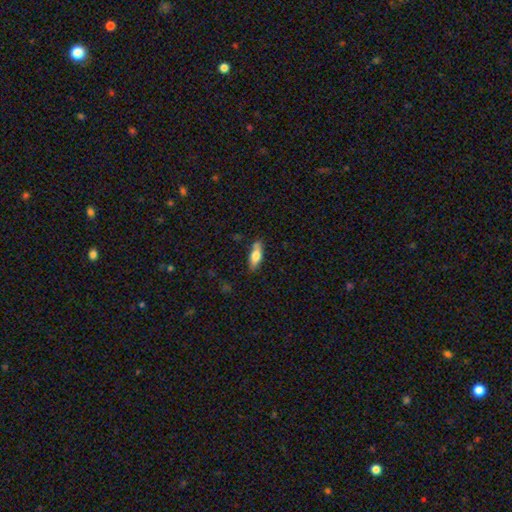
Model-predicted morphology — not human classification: Q: Smooth or featured?
A: smooth (67%); runner-up: featured or disk (26%)
Q: How rounded?
A: in between (61%); runner-up: cigar-shaped (36%)
Q: Merging?
A: none (74%); runner-up: minor disturbance (18%)